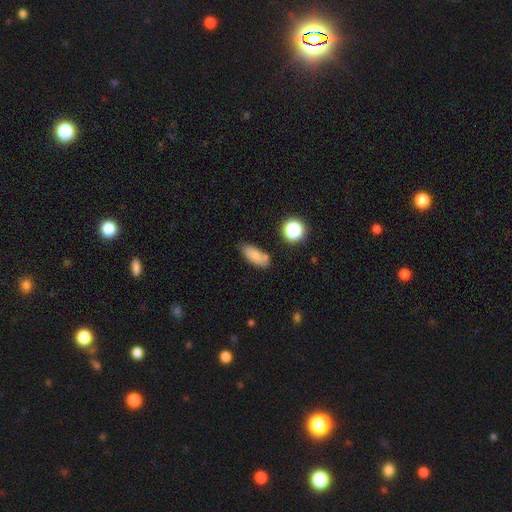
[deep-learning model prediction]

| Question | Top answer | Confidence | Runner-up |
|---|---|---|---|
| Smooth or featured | smooth | 79% | star or artifact (11%) |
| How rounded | in between | 79% | cigar-shaped (16%) |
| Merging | none | 67% | minor disturbance (20%) |